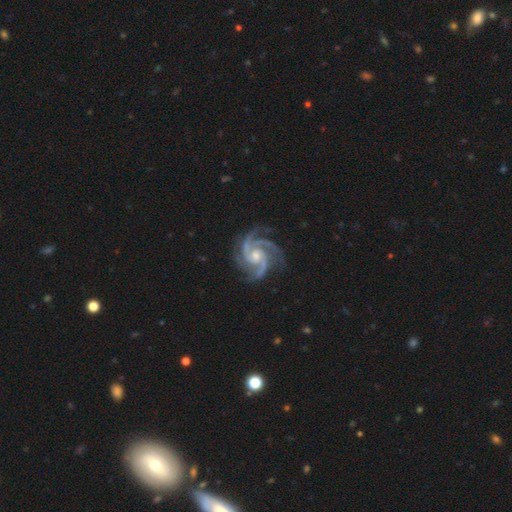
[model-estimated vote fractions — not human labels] smooth_or_featured: featured or disk (p=0.95) [alt: star or artifact p=0.03]
disk_edge_on: no (p=0.98) [alt: yes p=0.02]
bar: no (p=0.68) [alt: weak p=0.24]
has_spiral_arms: yes (p=0.99) [alt: no p=0.01]
spiral_winding: tight (p=0.54) [alt: medium p=0.42]
spiral_arm_count: 3 (p=0.62) [alt: 4 p=0.19]
bulge_size: moderate (p=0.54) [alt: small p=0.40]
merging: none (p=0.77) [alt: minor disturbance p=0.16]